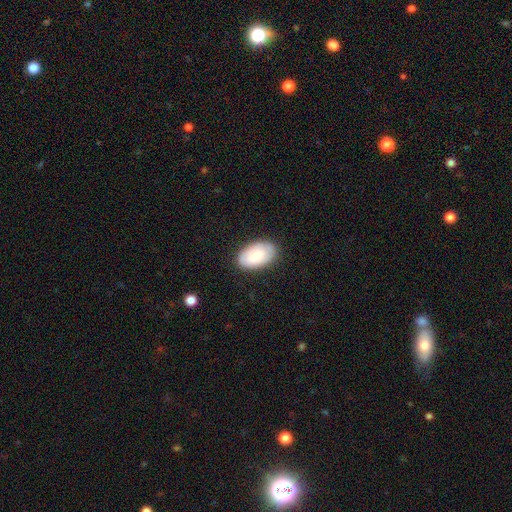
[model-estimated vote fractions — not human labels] This appears to be a smooth galaxy with no disk features (78%) that is in between round and cigar-shaped (94%). Merging: none (84%).